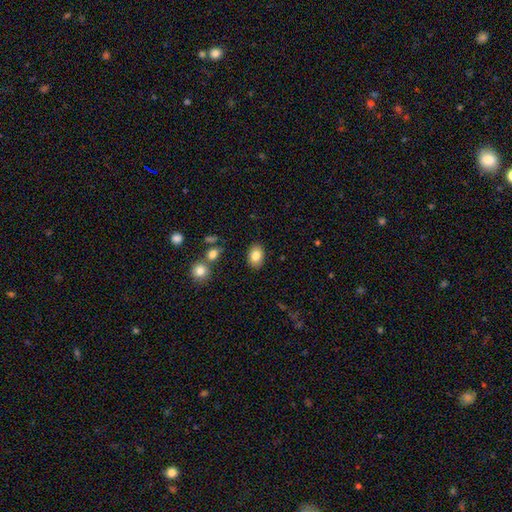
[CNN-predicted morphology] The model was most divided on "how rounded": in between: 81%, round: 17%, cigar-shaped: 1%. More confident: merging — none (86%); smooth or featured — smooth (83%).